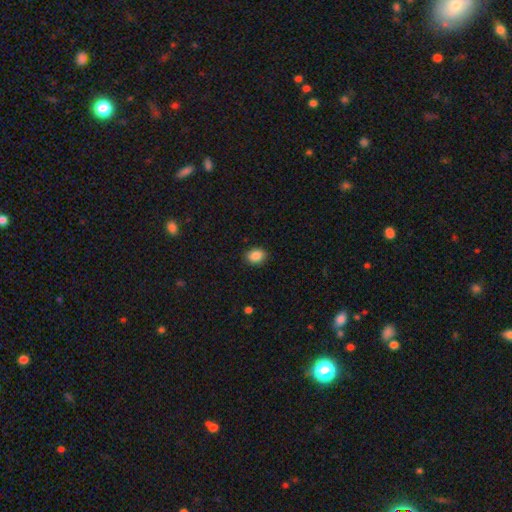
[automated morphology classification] smooth 87%, star or artifact 9%, featured or disk 4%. Down the decision tree: how rounded — in between (61%); merging — none (89%).